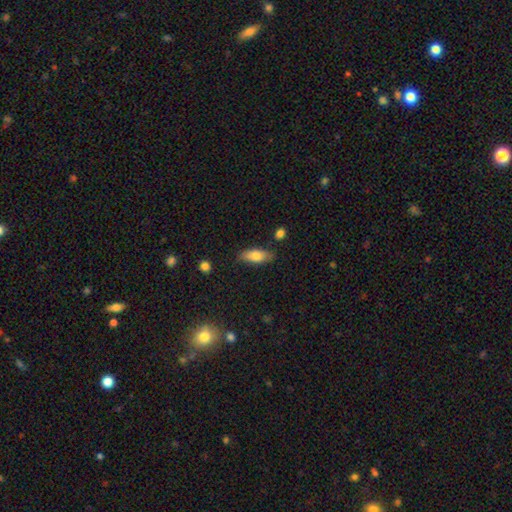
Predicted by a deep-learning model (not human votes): A smooth galaxy with no disk features (77%) that is in between round and cigar-shaped (80%).

Vote fractions:
- Smooth or featured? smooth: 77% / featured or disk: 17% / star or artifact: 7%
- How rounded? in between: 80% / cigar-shaped: 17% / round: 3%
- Merging? none: 80% / minor disturbance: 14% / major disturbance: 3% / merger: 3%